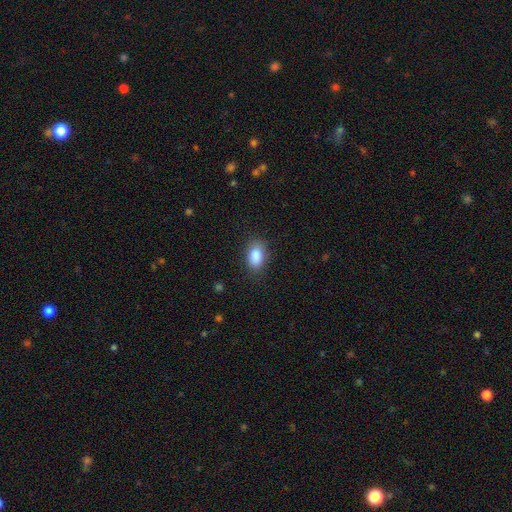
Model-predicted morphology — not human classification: Smooth or featured? smooth (88%)
How rounded? in between (90%)
Merging? none (82%)